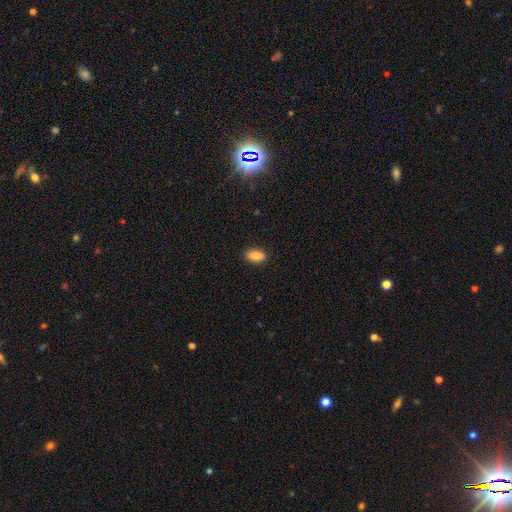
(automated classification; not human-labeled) Smooth or featured? Predicted: smooth (p=0.86). How rounded? Predicted: in between (p=0.89). Merging? Predicted: none (p=0.89).